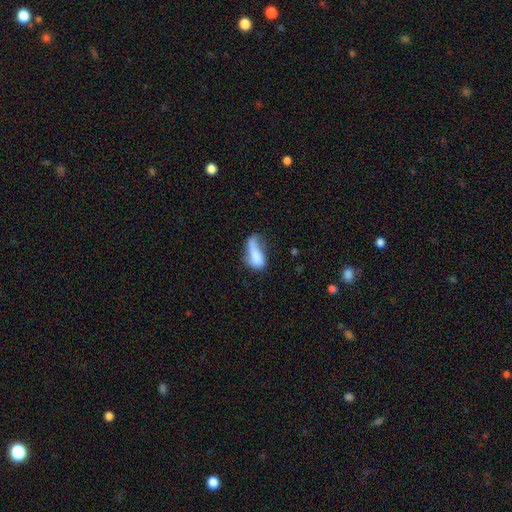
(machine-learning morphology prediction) A smooth galaxy with no disk features (71%) that is in between round and cigar-shaped (75%).

Vote fractions:
- Smooth or featured? smooth: 71% / featured or disk: 21% / star or artifact: 9%
- How rounded? in between: 75% / cigar-shaped: 22% / round: 3%
- Merging? major disturbance: 31% / minor disturbance: 30% / none: 26% / merger: 13%